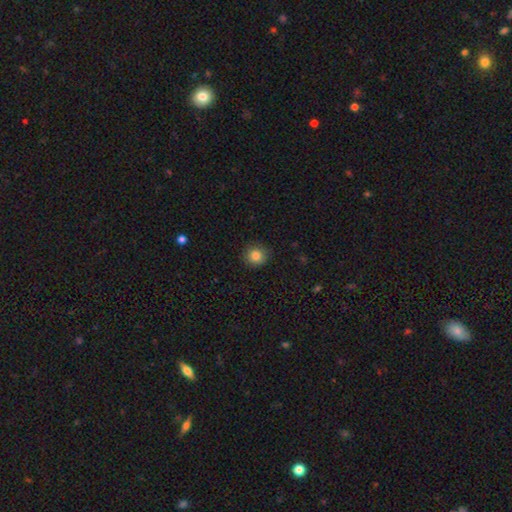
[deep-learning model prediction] Smooth or featured?
  - smooth: 85% *
  - star or artifact: 10%
  - featured or disk: 5%
How rounded?
  - round: 91% *
  - in between: 8%
  - cigar-shaped: 1%
Merging?
  - none: 87% *
  - minor disturbance: 9%
  - major disturbance: 2%
  - merger: 1%